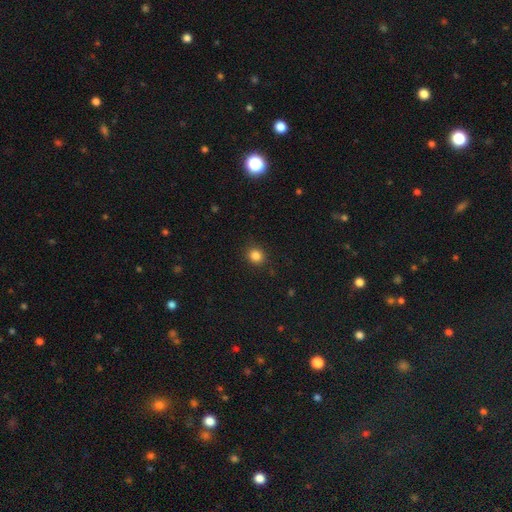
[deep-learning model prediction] smooth 84%, star or artifact 11%, featured or disk 4%. Down the decision tree: how rounded — round (76%); merging — none (87%).